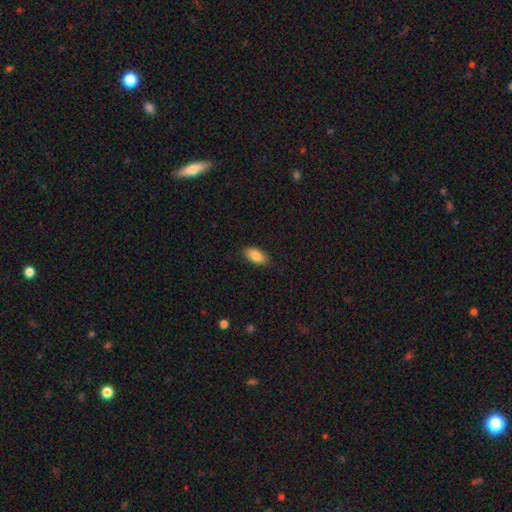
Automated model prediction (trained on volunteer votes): This appears to be a smooth galaxy with no disk features (86%) that is in between round and cigar-shaped (92%). Merging: none (85%).